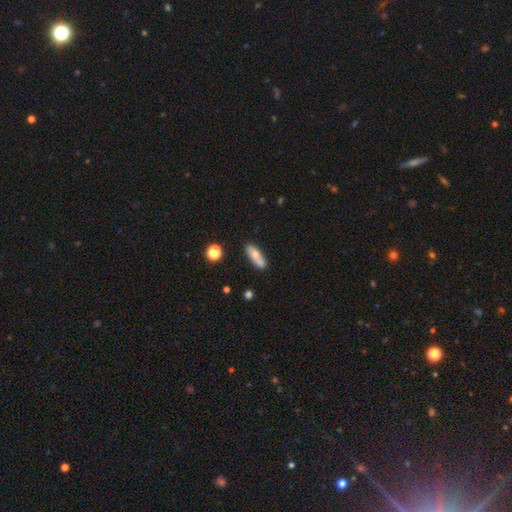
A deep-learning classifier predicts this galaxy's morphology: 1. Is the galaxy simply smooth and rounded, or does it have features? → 68% smooth, 25% featured or disk, 7% star or artifact.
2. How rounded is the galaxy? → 56% in between, 40% cigar-shaped, 4% round.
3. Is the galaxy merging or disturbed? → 61% none, 19% merger, 16% minor disturbance, 4% major disturbance.